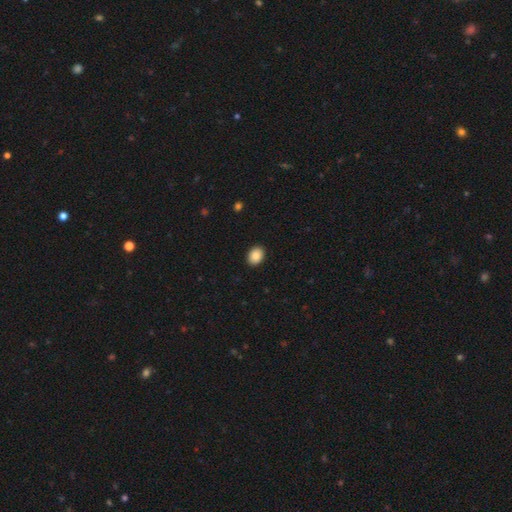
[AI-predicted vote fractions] Smooth or featured: smooth — 88% (star or artifact — 8%)
How rounded: in between — 64% (round — 35%)
Merging: none — 91% (minor disturbance — 6%)